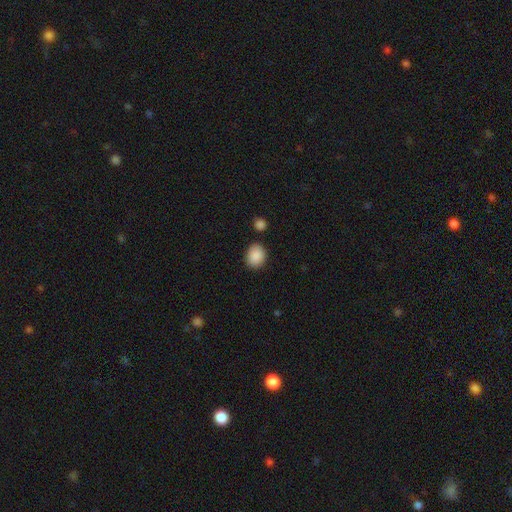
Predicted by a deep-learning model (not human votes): Overall: smooth (89%). How rounded: round (55%; in between 44%). Merging: none (83%).